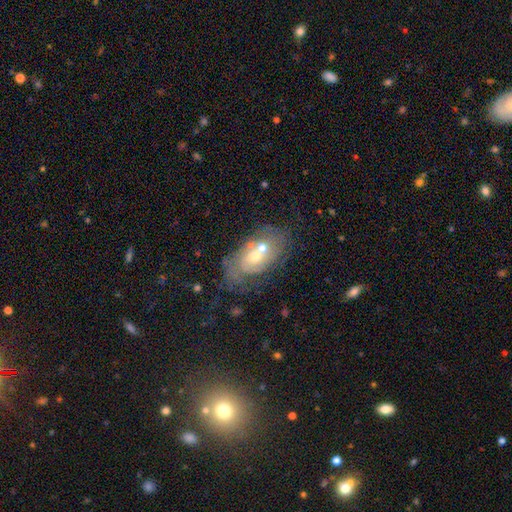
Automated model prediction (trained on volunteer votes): Q: Smooth or featured?
A: featured or disk (61%); runner-up: smooth (30%)
Q: Edge-on disk?
A: no (94%); runner-up: yes (6%)
Q: Bar?
A: no (83%); runner-up: weak (14%)
Q: Spiral arms?
A: yes (54%); runner-up: no (46%)
Q: Bulge size?
A: moderate (54%); runner-up: small (38%)
Q: Merging?
A: none (37%); runner-up: merger (30%)